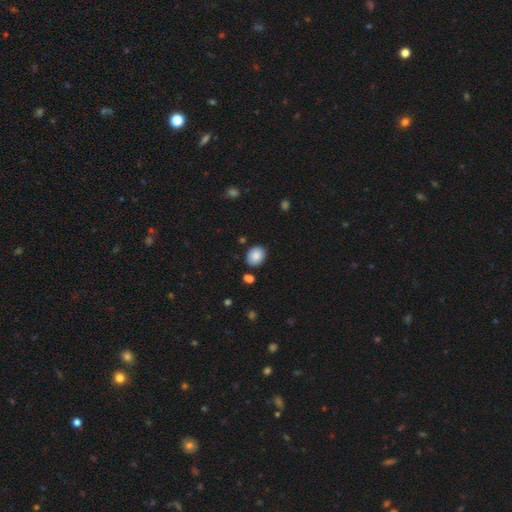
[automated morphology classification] smooth 88%, star or artifact 8%, featured or disk 5%. Down the decision tree: how rounded — in between (57%); merging — none (84%).